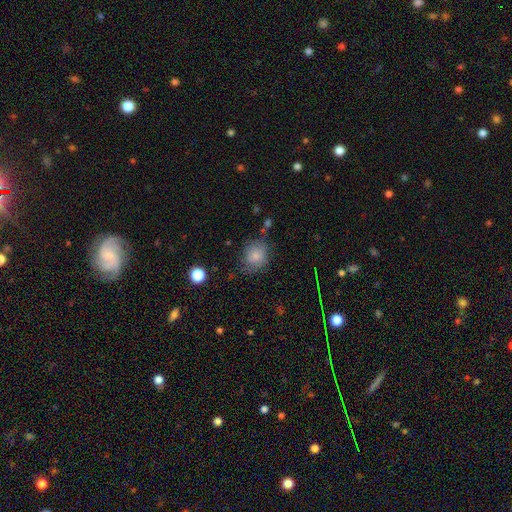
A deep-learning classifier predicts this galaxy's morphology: type=smooth (75%); roundness=round (67%); merging=none (57%).